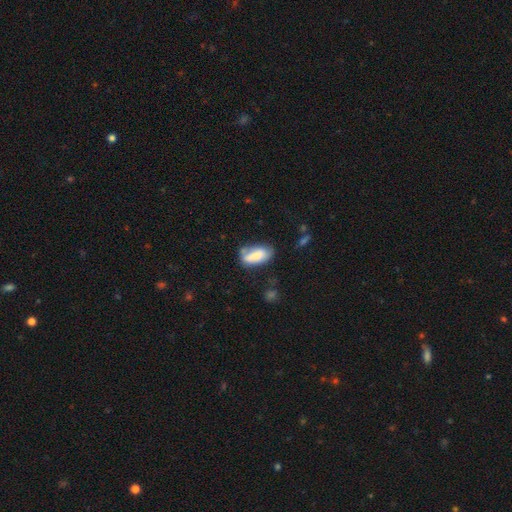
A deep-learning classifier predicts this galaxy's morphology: This is likely a smooth galaxy (77%). How rounded: clearly in between (86%). Merging: possibly none (49%).